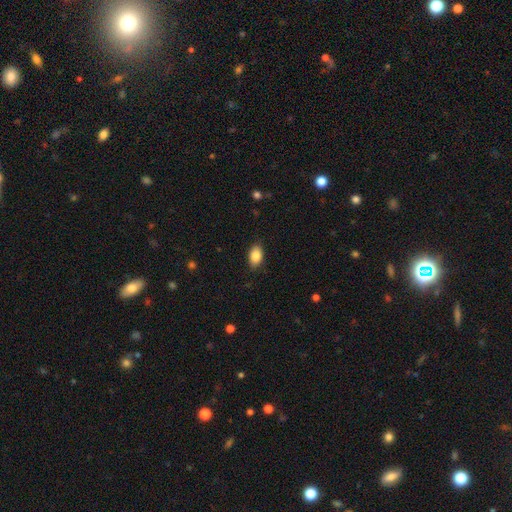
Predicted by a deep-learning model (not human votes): A smooth galaxy with no disk features (86%) that is in between round and cigar-shaped (91%).

Vote fractions:
- Smooth or featured? smooth: 86% / star or artifact: 7% / featured or disk: 7%
- How rounded? in between: 91% / round: 8% / cigar-shaped: 2%
- Merging? none: 86% / minor disturbance: 10% / major disturbance: 2% / merger: 1%